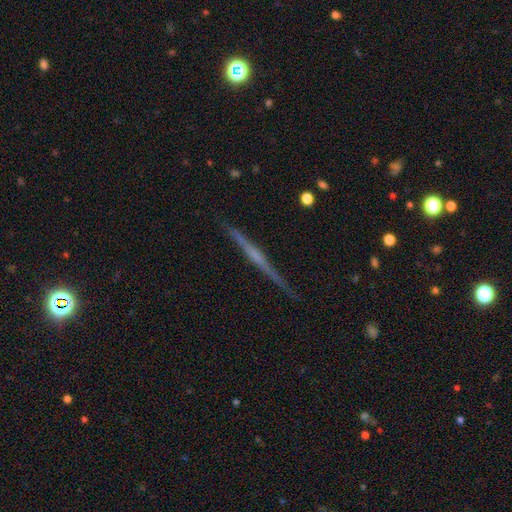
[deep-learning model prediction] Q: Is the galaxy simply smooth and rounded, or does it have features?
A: featured or disk — 74%.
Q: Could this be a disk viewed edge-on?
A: yes — 98%.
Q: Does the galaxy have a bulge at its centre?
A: none — 52%.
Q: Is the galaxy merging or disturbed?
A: none — 90%.